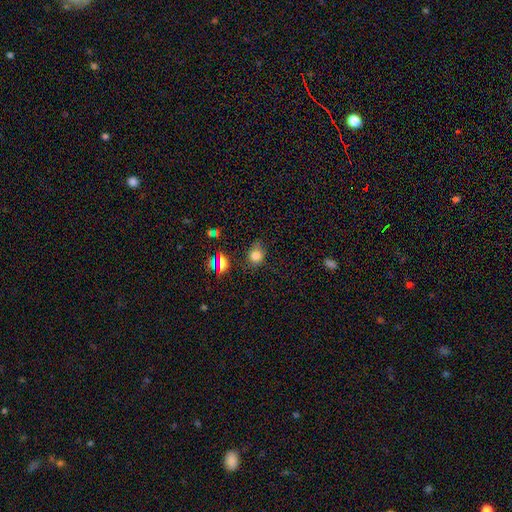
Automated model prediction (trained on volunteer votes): Smooth or featured? smooth (75%)
How rounded? round (68%)
Merging? none (69%)